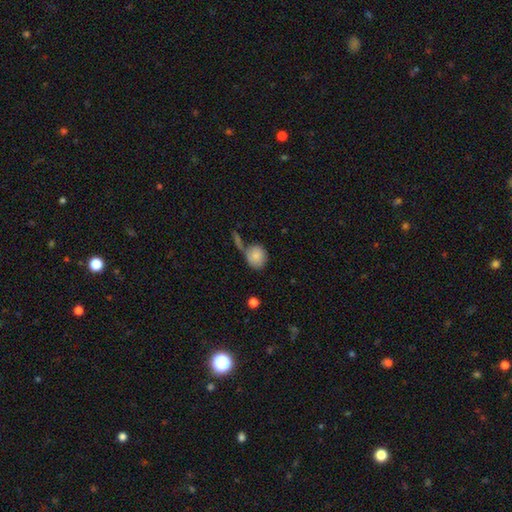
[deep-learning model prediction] Smooth or featured? Predicted: smooth (p=0.83). How rounded? Predicted: round (p=0.70). Merging? Predicted: none (p=0.49).